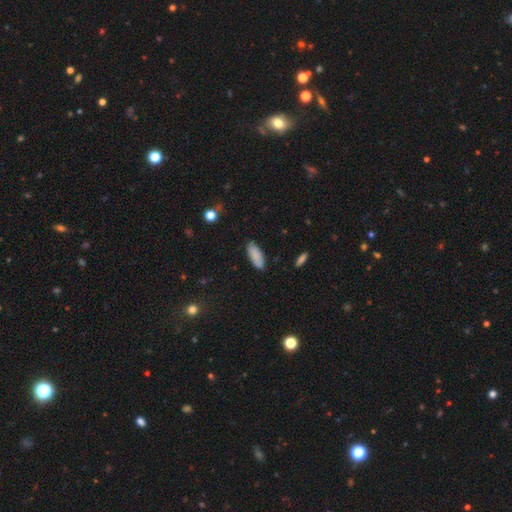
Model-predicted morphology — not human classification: This appears to be a smooth galaxy with no disk features (85%) that is in between round and cigar-shaped (78%). Merging: none (84%).